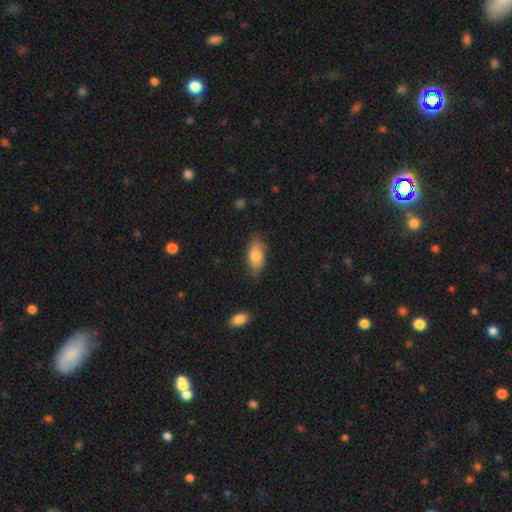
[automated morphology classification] A smooth galaxy with no disk features (80%) that is in between round and cigar-shaped (87%).

Vote fractions:
- Smooth or featured? smooth: 80% / featured or disk: 14% / star or artifact: 7%
- How rounded? in between: 87% / cigar-shaped: 9% / round: 3%
- Merging? none: 76% / minor disturbance: 19% / major disturbance: 3% / merger: 2%